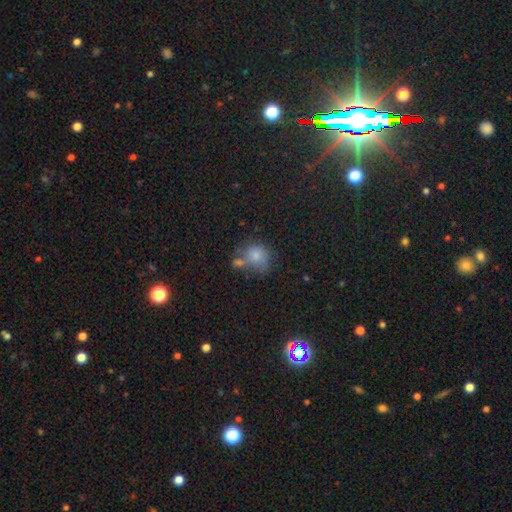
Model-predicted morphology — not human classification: Smooth or featured?
  - smooth: 73% *
  - featured or disk: 15%
  - star or artifact: 11%
How rounded?
  - round: 64% *
  - in between: 35%
  - cigar-shaped: 1%
Merging?
  - merger: 35% *
  - none: 34%
  - minor disturbance: 18%
  - major disturbance: 12%